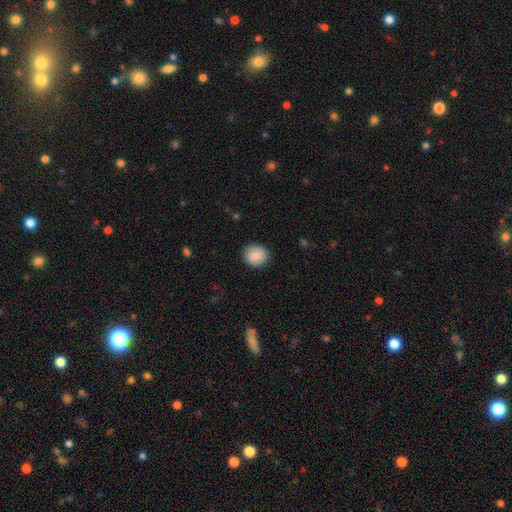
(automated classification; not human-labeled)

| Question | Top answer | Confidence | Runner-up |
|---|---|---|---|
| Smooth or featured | smooth | 87% | star or artifact (7%) |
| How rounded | round | 79% | in between (20%) |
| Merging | none | 89% | minor disturbance (8%) |